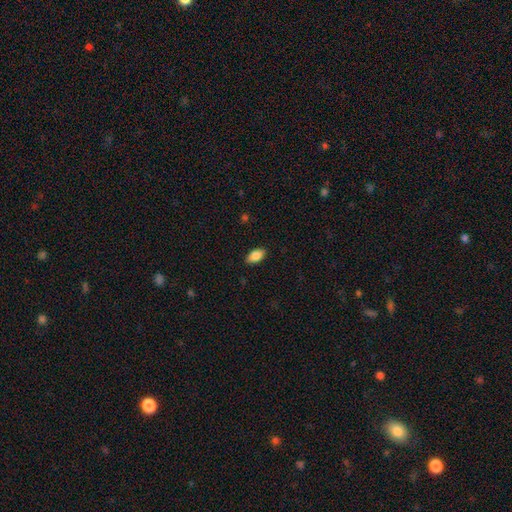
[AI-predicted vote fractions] A smooth galaxy with no disk features (85%) that is in between round and cigar-shaped (92%).

Vote fractions:
- Smooth or featured? smooth: 85% / featured or disk: 8% / star or artifact: 7%
- How rounded? in between: 92% / cigar-shaped: 4% / round: 4%
- Merging? none: 87% / minor disturbance: 10% / major disturbance: 2% / merger: 1%